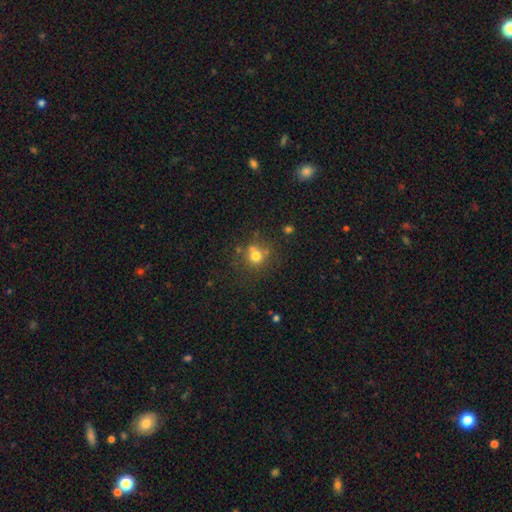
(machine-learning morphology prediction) This appears to be a smooth galaxy with no disk features (71%) that is round (89%). Merging: none (65%).